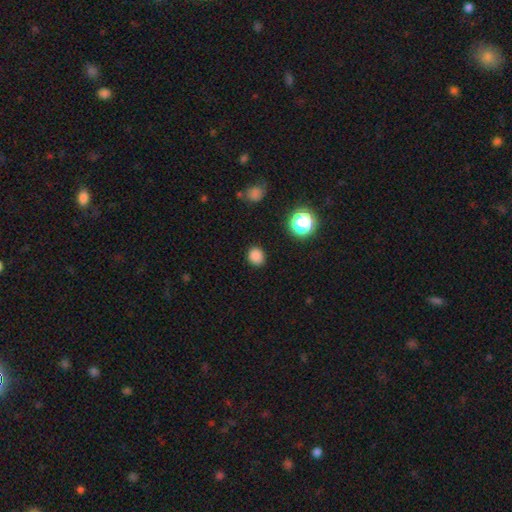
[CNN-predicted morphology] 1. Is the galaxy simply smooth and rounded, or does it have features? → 83% smooth, 14% star or artifact, 3% featured or disk.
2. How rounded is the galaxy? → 72% round, 27% in between, 1% cigar-shaped.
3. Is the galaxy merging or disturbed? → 87% none, 9% minor disturbance, 3% major disturbance, 1% merger.